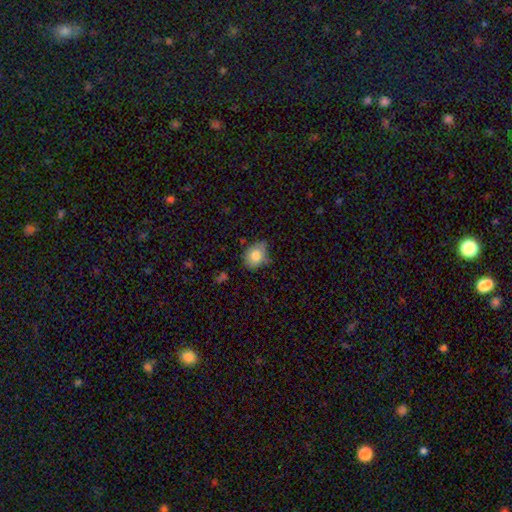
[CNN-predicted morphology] smooth_or_featured: smooth (p=0.80) [alt: featured or disk p=0.12]
how_rounded: in between (p=0.52) [alt: round p=0.47]
merging: none (p=0.60) [alt: minor disturbance p=0.31]